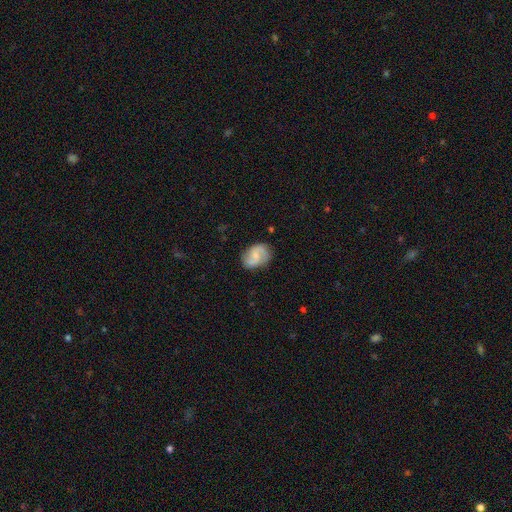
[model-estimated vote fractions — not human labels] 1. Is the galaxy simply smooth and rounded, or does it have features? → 63% featured or disk, 30% smooth, 7% star or artifact.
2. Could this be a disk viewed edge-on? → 98% no, 2% yes.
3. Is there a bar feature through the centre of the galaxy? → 48% no, 44% weak, 8% strong.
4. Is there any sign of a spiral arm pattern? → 93% yes, 7% no.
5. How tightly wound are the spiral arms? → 46% medium, 36% loose, 18% tight.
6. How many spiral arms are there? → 88% 2, 6% can't tell, 2% 1, 2% 3, 1% 4, 1% more than 4.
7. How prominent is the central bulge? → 52% small, 28% moderate, 16% none, 2% large, 1% dominant.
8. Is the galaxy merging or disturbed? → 77% none, 17% minor disturbance, 5% major disturbance, 1% merger.